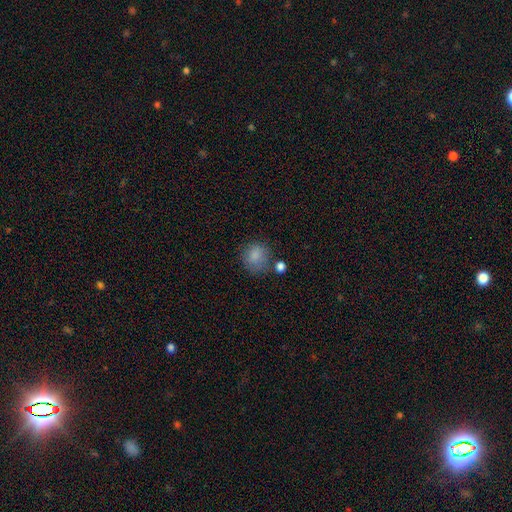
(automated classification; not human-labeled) This is clearly a smooth galaxy (83%). How rounded: clearly round (80%). Merging: likely none (63%).